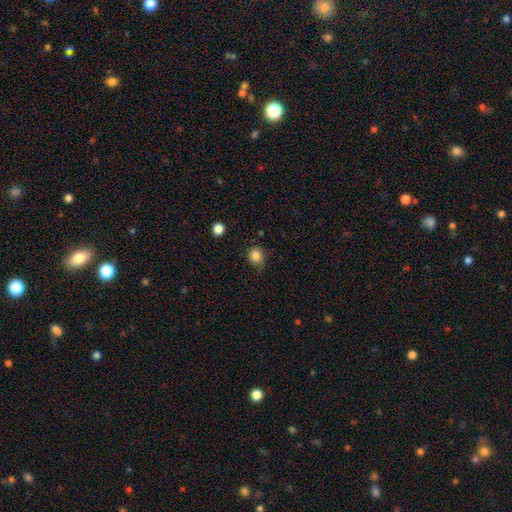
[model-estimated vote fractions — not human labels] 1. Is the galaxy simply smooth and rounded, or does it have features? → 84% smooth, 11% star or artifact, 5% featured or disk.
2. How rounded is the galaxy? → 77% round, 22% in between, 1% cigar-shaped.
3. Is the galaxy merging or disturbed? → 70% none, 23% minor disturbance, 5% major disturbance, 2% merger.